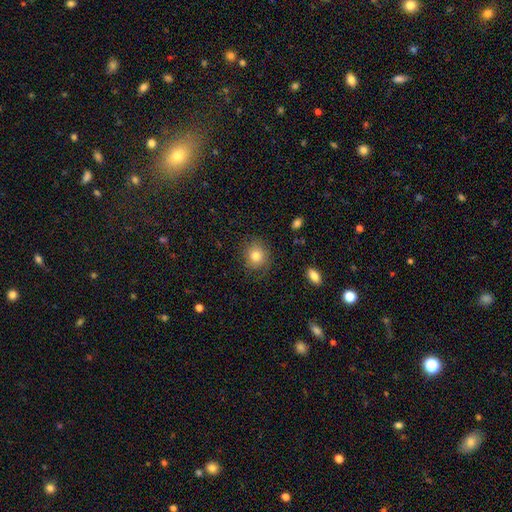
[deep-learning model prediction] This is likely a smooth galaxy (78%). How rounded: clearly round (81%). Merging: likely none (78%).